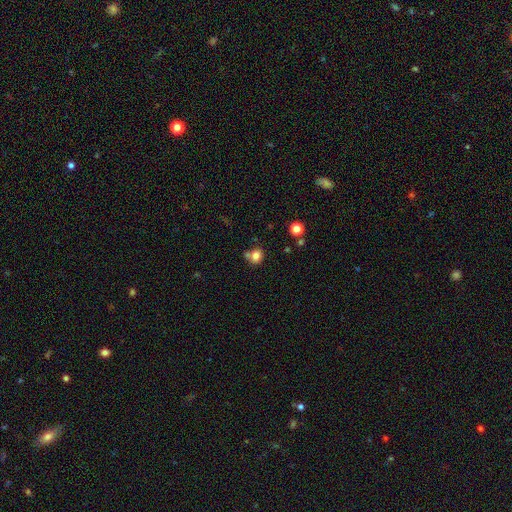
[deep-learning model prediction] A smooth galaxy with no disk features (80%) that is round (70%). Merging: none (59%).